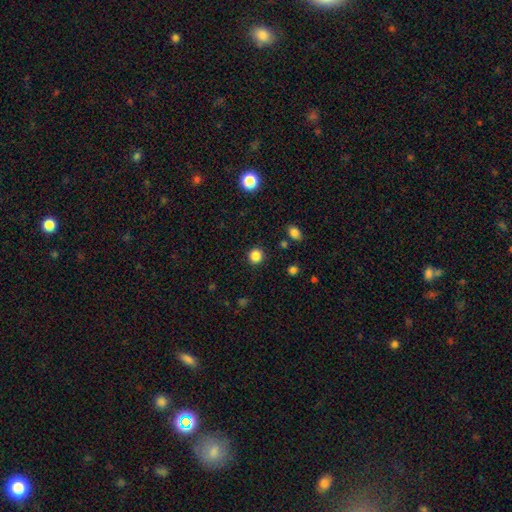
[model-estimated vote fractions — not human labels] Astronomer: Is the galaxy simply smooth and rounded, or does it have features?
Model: smooth — 85%.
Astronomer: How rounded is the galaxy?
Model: round — 92%.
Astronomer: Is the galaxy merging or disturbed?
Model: none — 91%.